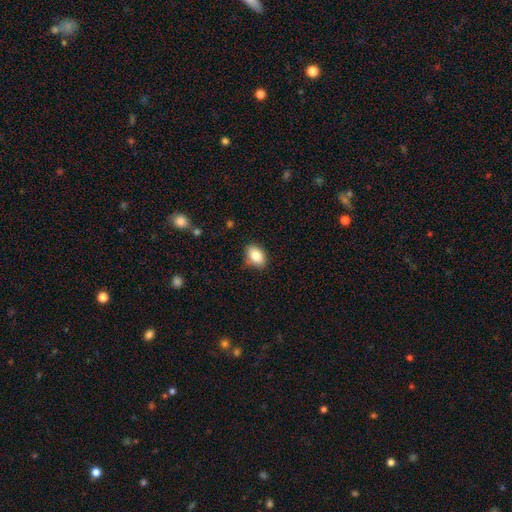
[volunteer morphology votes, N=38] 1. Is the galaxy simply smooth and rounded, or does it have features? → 87% smooth, 8% featured or disk, 5% star or artifact.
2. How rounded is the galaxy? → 82% in between, 18% round, 0% cigar-shaped.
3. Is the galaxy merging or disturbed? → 83% none, 14% minor disturbance, 3% merger, 0% major disturbance.